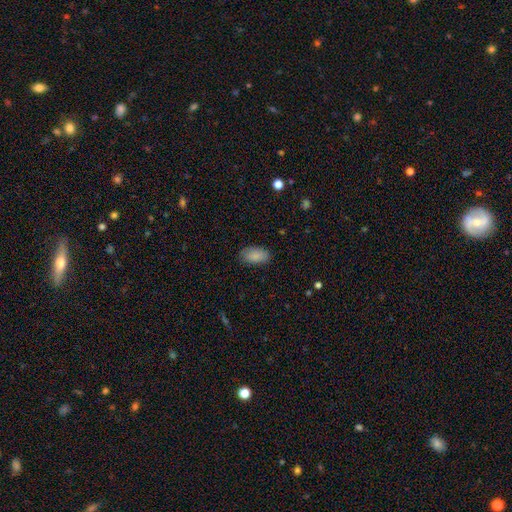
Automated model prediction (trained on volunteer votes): This appears to be a smooth galaxy with no disk features (87%) that is in between round and cigar-shaped (94%). Merging: none (82%).